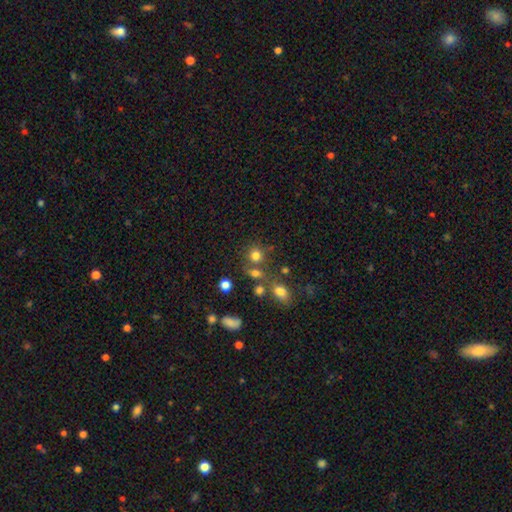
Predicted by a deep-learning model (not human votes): Smooth or featured: smooth — 76% (star or artifact — 16%)
How rounded: round — 84% (in between — 15%)
Merging: none — 60% (merger — 23%)